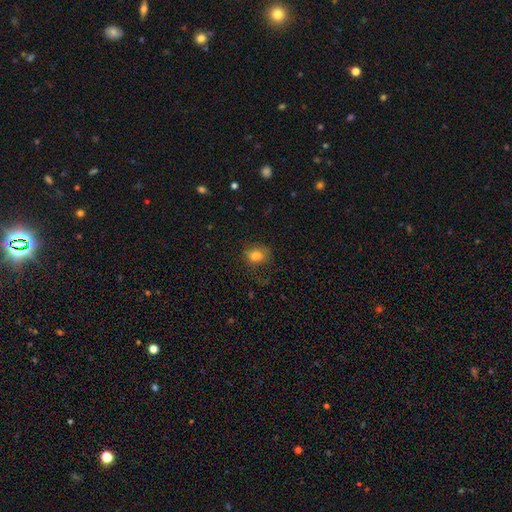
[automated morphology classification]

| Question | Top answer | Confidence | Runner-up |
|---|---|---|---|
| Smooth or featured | smooth | 81% | star or artifact (11%) |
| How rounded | round | 55% | in between (44%) |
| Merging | none | 67% | minor disturbance (20%) |